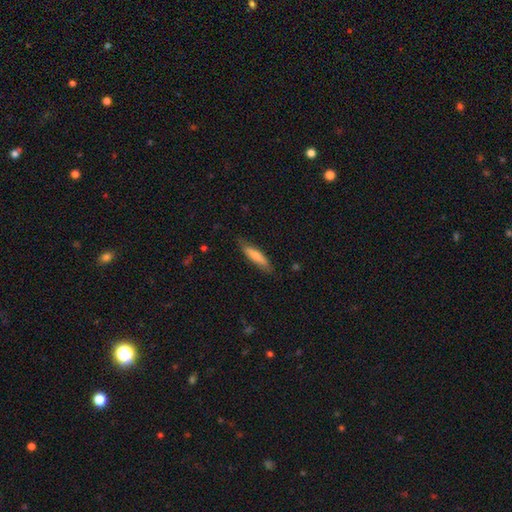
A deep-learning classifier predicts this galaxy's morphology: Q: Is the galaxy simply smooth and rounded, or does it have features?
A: smooth — 71%.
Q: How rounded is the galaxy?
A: cigar-shaped — 77%.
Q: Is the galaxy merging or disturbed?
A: none — 81%.